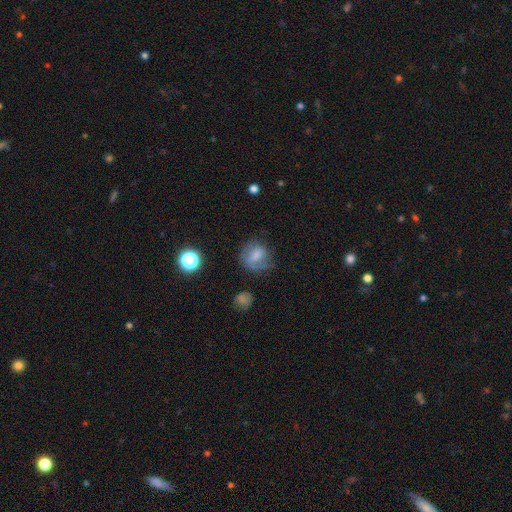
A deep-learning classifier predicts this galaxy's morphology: Overall: smooth (67%). How rounded: round (69%; in between 30%). Merging: none (60%; minor disturbance 24%).